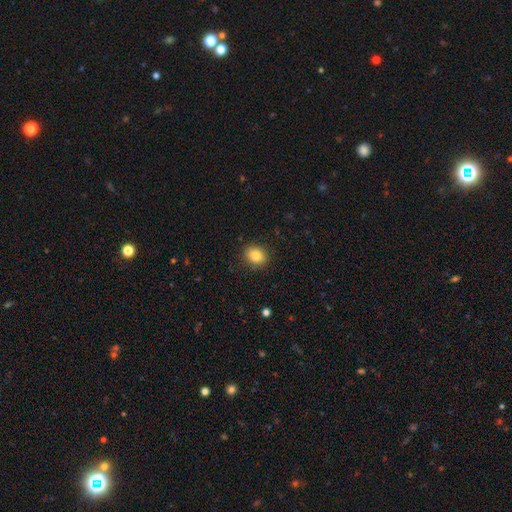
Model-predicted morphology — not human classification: Overall: smooth (84%). How rounded: round (57%; in between 42%). Merging: none (88%).